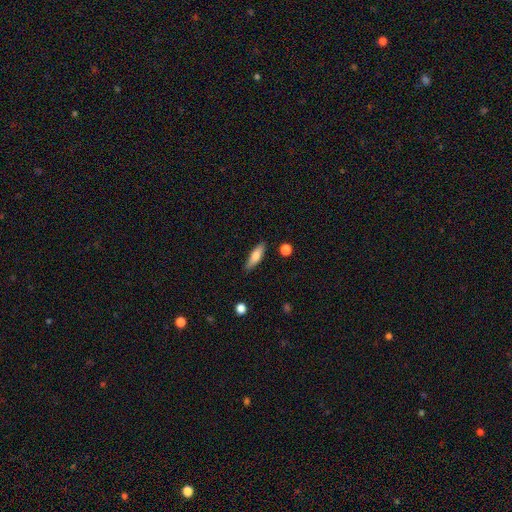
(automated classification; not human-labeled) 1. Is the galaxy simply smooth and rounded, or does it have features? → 75% smooth, 19% featured or disk, 7% star or artifact.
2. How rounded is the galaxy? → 53% cigar-shaped, 44% in between, 2% round.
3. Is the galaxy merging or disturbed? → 84% none, 11% minor disturbance, 2% major disturbance, 2% merger.